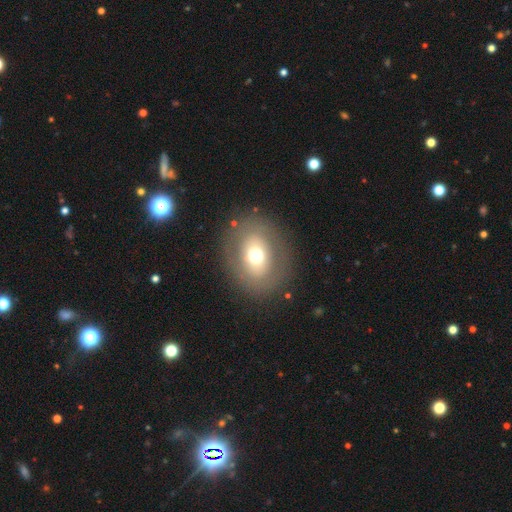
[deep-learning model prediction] smooth_or_featured: smooth (p=0.59) [alt: featured or disk p=0.29]
how_rounded: round (p=0.53) [alt: in between p=0.46]
merging: none (p=0.83) [alt: minor disturbance p=0.10]